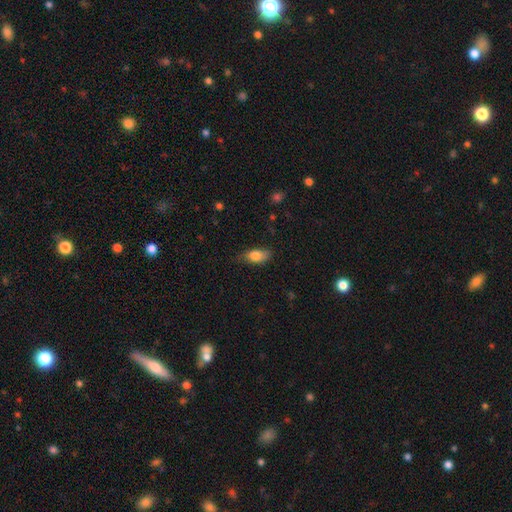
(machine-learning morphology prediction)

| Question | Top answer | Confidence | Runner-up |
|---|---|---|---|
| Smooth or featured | smooth | 79% | featured or disk (13%) |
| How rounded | in between | 85% | cigar-shaped (8%) |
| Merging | none | 67% | minor disturbance (26%) |